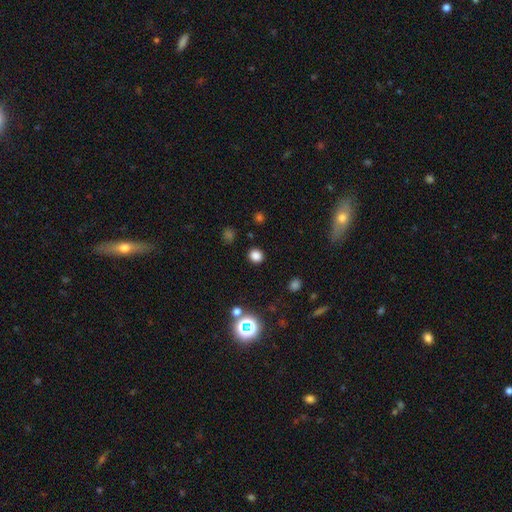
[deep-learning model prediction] smooth_or_featured: smooth (p=0.78) [alt: star or artifact p=0.18]
how_rounded: round (p=0.85) [alt: in between p=0.14]
merging: none (p=0.89) [alt: minor disturbance p=0.06]